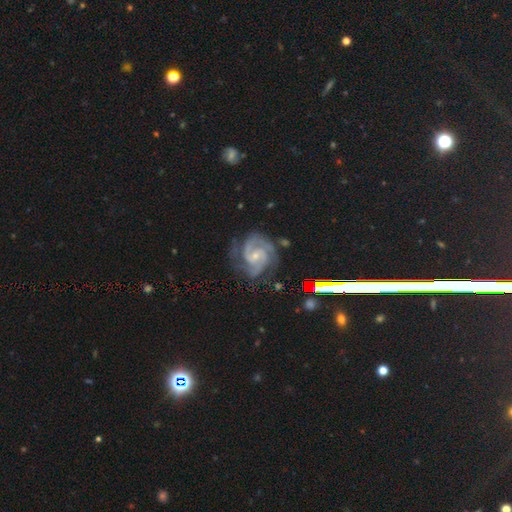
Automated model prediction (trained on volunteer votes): Smooth or featured? featured or disk (91%)
Edge-on disk? no (98%)
Bar? no (50%)
Spiral arms? yes (98%)
Spiral winding? tight (49%)
Spiral arm count? 2 (51%)
Bulge size? small (71%)
Merging? none (68%)